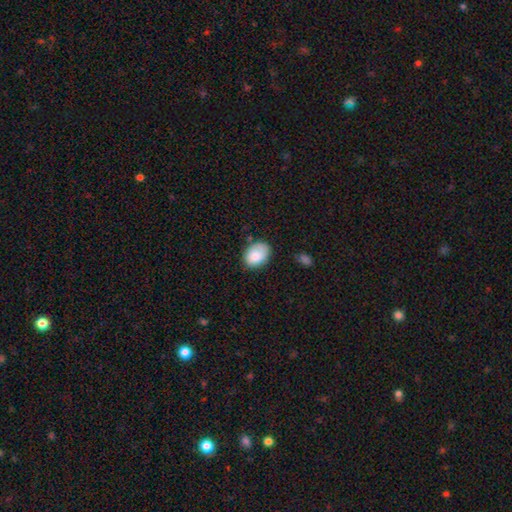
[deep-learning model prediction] Morphology: type=smooth (84%); roundness=in between (78%); merging=none (66%).